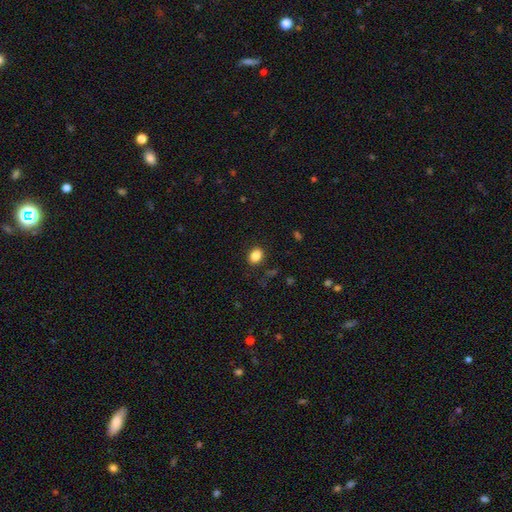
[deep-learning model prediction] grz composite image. It shows a smooth galaxy with no disk features (86%) that is in between round and cigar-shaped (66%). Merging: none (87%).